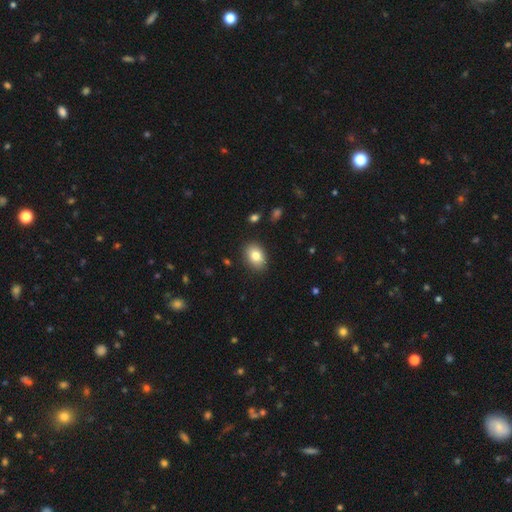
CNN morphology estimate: Smooth or featured?
  - smooth: 82% *
  - featured or disk: 10%
  - star or artifact: 8%
How rounded?
  - in between: 80% *
  - round: 19%
  - cigar-shaped: 1%
Merging?
  - none: 88% *
  - minor disturbance: 9%
  - major disturbance: 2%
  - merger: 1%